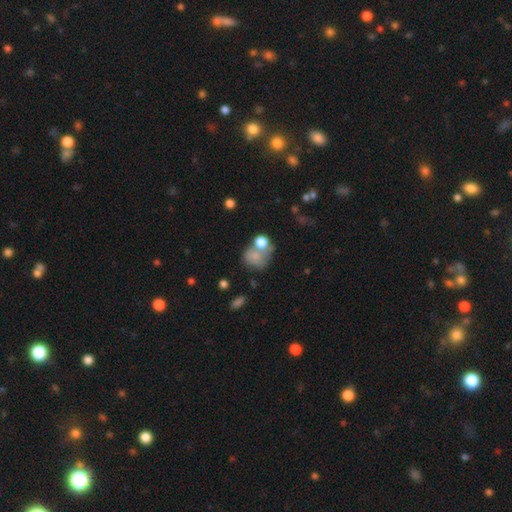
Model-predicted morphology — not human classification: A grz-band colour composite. It shows a smooth galaxy with no disk features (74%) that is round (65%). Merging: none (37%).